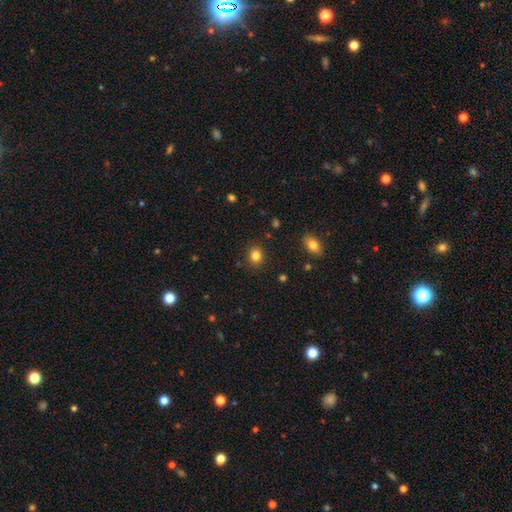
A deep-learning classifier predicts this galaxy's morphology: This appears to be a smooth galaxy with no disk features (83%) that is round (72%). Merging: none (88%).